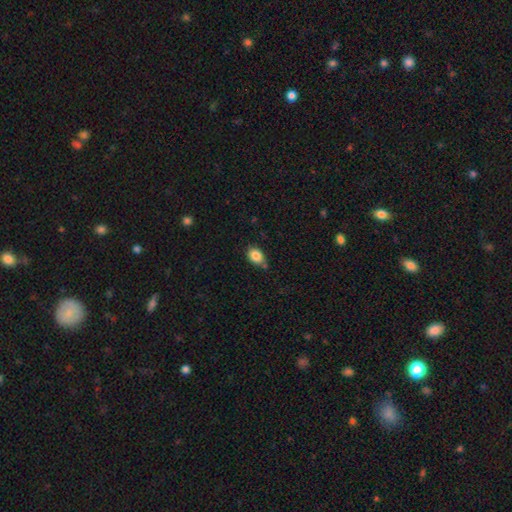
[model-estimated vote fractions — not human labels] Morphology: type=smooth (85%); roundness=in between (69%); merging=none (68%).